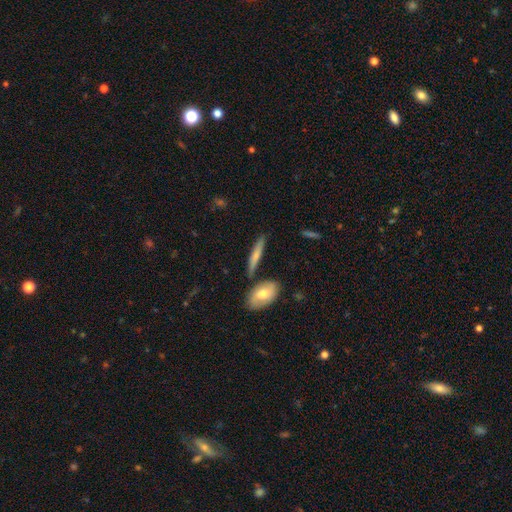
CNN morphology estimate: Q: Smooth or featured?
A: smooth (65%); runner-up: featured or disk (29%)
Q: How rounded?
A: cigar-shaped (81%); runner-up: in between (16%)
Q: Merging?
A: none (79%); runner-up: minor disturbance (11%)